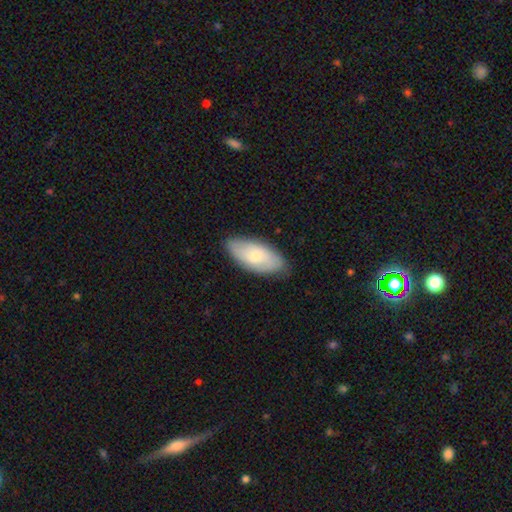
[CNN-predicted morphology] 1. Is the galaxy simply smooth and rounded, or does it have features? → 61% smooth, 33% featured or disk, 6% star or artifact.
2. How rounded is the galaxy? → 91% in between, 7% cigar-shaped, 3% round.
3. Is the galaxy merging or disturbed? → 80% none, 16% minor disturbance, 3% major disturbance, 1% merger.